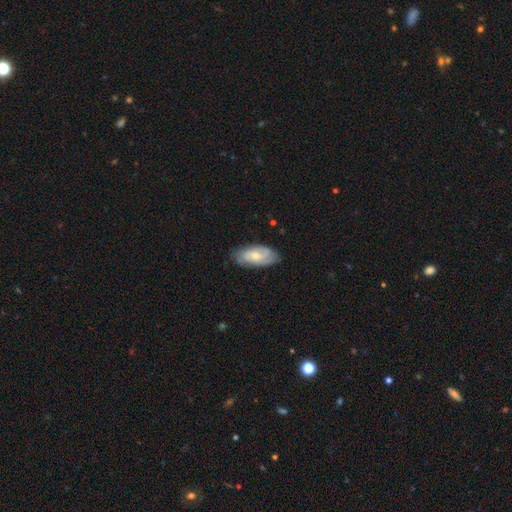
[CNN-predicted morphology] Smooth or featured? featured or disk (51%)
Edge-on disk? no (91%)
Merging? none (76%)